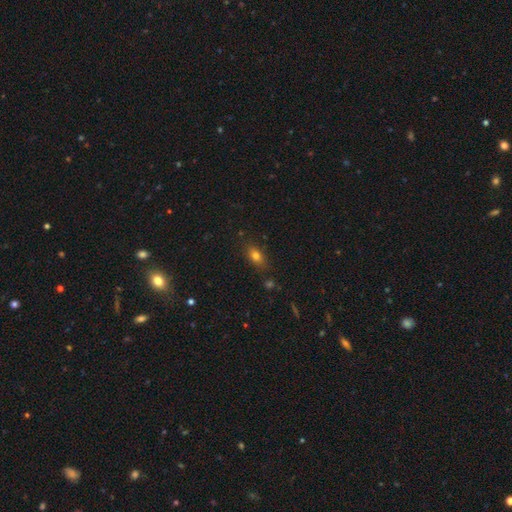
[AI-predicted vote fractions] Q: Smooth or featured?
A: smooth (77%); runner-up: star or artifact (12%)
Q: How rounded?
A: in between (78%); runner-up: round (13%)
Q: Merging?
A: none (79%); runner-up: minor disturbance (14%)